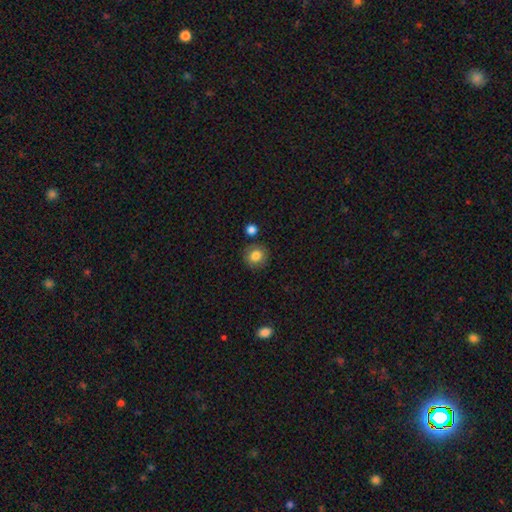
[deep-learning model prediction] Smooth or featured? Predicted: smooth (p=0.83). How rounded? Predicted: round (p=0.88). Merging? Predicted: none (p=0.85).